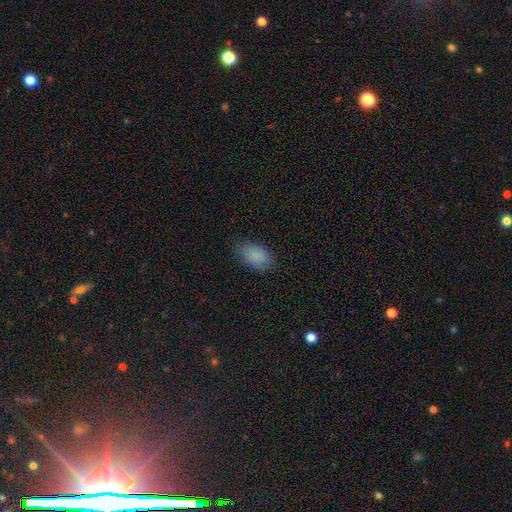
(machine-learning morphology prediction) Smooth or featured?
  - smooth: 88% *
  - star or artifact: 8%
  - featured or disk: 5%
How rounded?
  - in between: 92% *
  - round: 6%
  - cigar-shaped: 2%
Merging?
  - none: 80% *
  - minor disturbance: 15%
  - major disturbance: 4%
  - merger: 1%